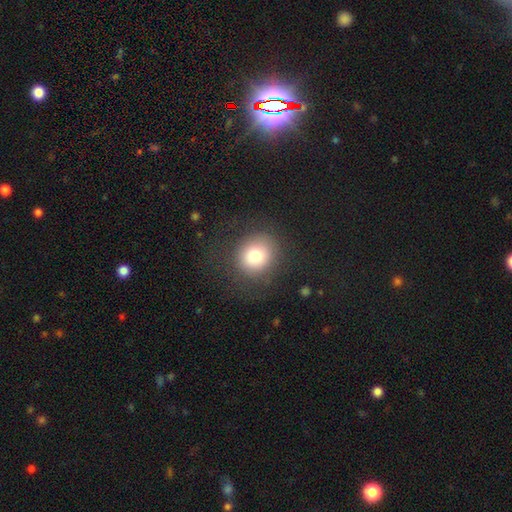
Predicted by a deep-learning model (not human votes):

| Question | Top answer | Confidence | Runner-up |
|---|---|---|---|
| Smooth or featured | smooth | 77% | featured or disk (12%) |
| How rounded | round | 83% | in between (16%) |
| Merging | none | 80% | minor disturbance (11%) |